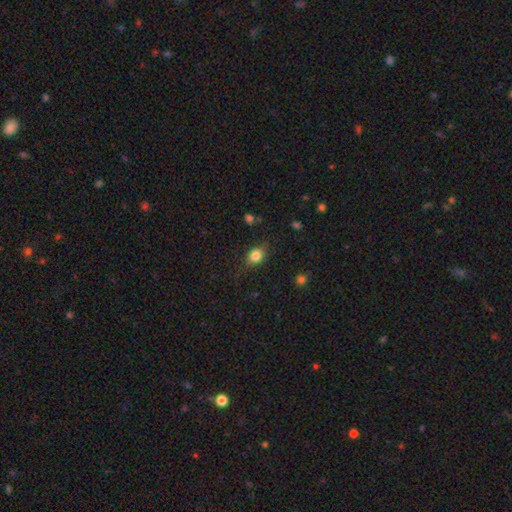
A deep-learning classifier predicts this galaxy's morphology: Smooth or featured: smooth — 81% (star or artifact — 10%)
How rounded: in between — 58% (round — 39%)
Merging: none — 75% (minor disturbance — 18%)